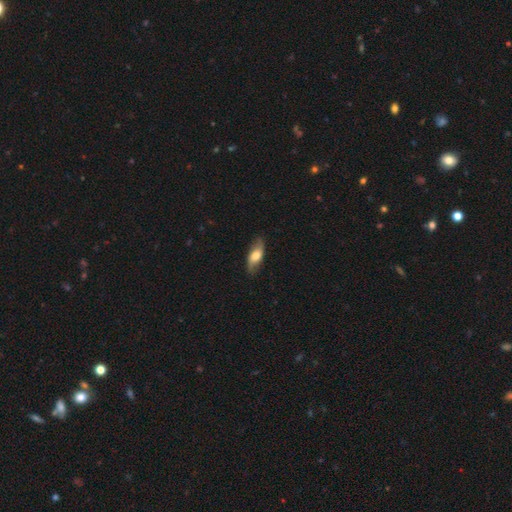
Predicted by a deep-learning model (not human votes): smooth-or-featured: smooth: 53% | featured or disk: 41% | star or artifact: 6%
  how-rounded: in between: 76% | cigar-shaped: 20% | round: 4%
  merging: none: 80% | minor disturbance: 15% | major disturbance: 3% | merger: 1%